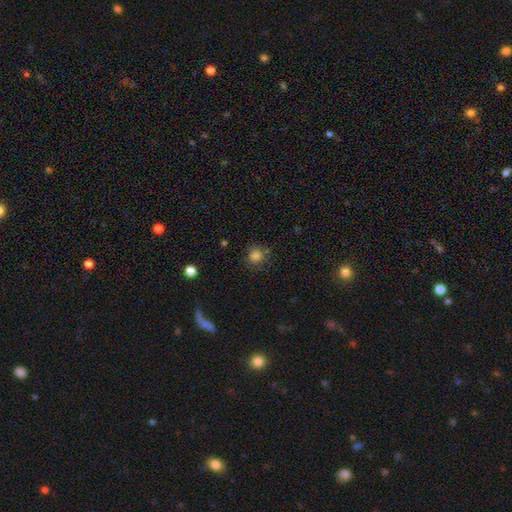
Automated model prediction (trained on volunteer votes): A smooth galaxy with no disk features (83%) that is round (90%).

Vote fractions:
- Smooth or featured? smooth: 83% / star or artifact: 12% / featured or disk: 5%
- How rounded? round: 90% / in between: 9% / cigar-shaped: 1%
- Merging? none: 79% / minor disturbance: 12% / merger: 5% / major disturbance: 4%